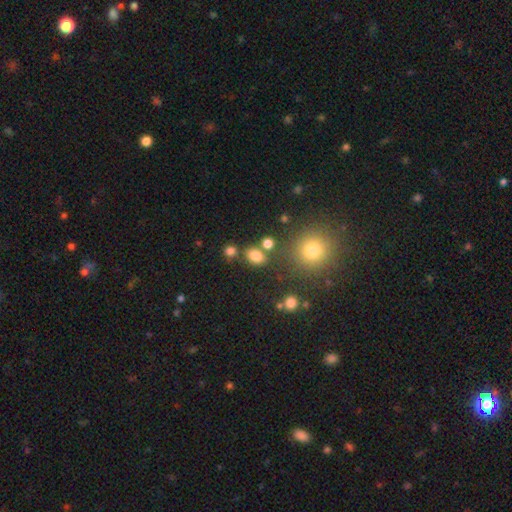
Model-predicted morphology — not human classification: This appears to be a smooth galaxy with no disk features (79%) that is in between round and cigar-shaped (63%). Merging: none (71%).